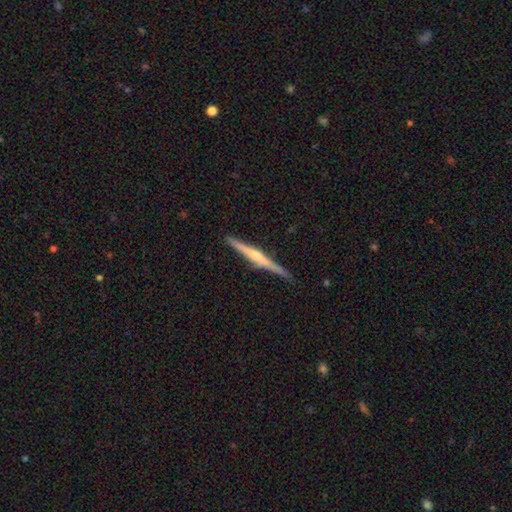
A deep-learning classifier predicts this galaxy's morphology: type=featured or disk (74%); edge-on=yes (98%); edge-on bulge=rounded (75%); merging=none (88%).